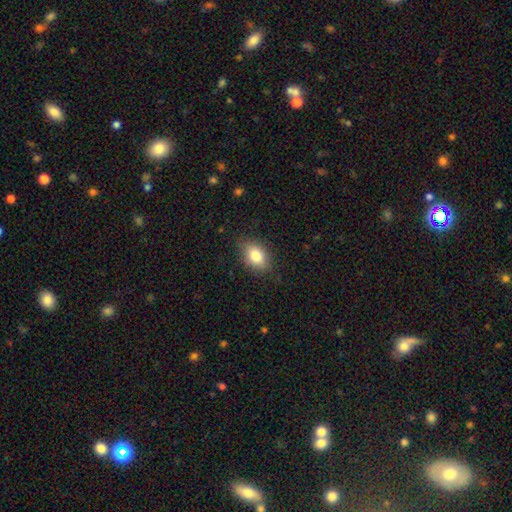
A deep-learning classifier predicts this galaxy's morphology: type=smooth (81%); roundness=in between (80%); merging=none (80%).